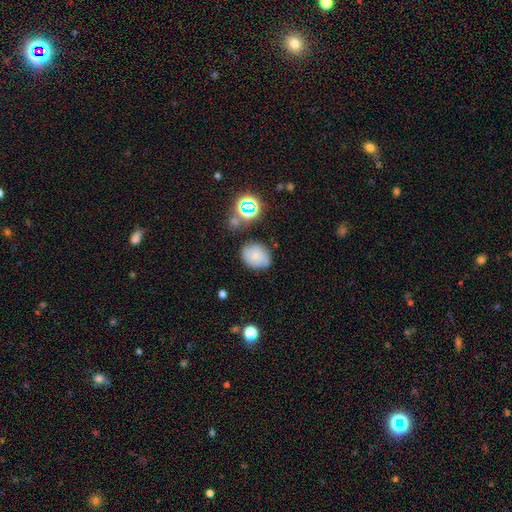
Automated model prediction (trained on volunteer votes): Q: Smooth or featured?
A: smooth (61%); runner-up: featured or disk (26%)
Q: How rounded?
A: round (51%); runner-up: in between (48%)
Q: Merging?
A: none (67%); runner-up: minor disturbance (22%)